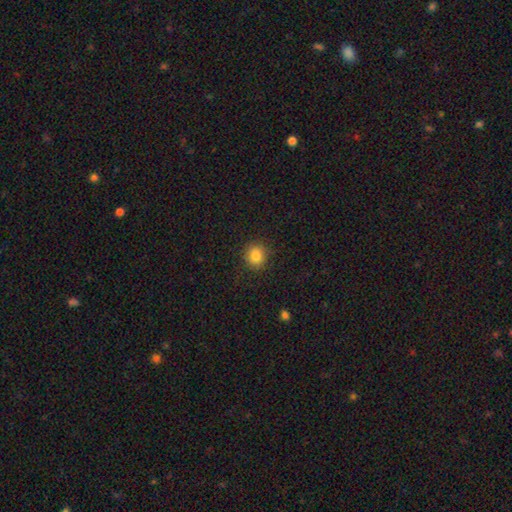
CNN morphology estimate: A smooth galaxy with no disk features (83%) that is round (85%). Merging: none (88%).